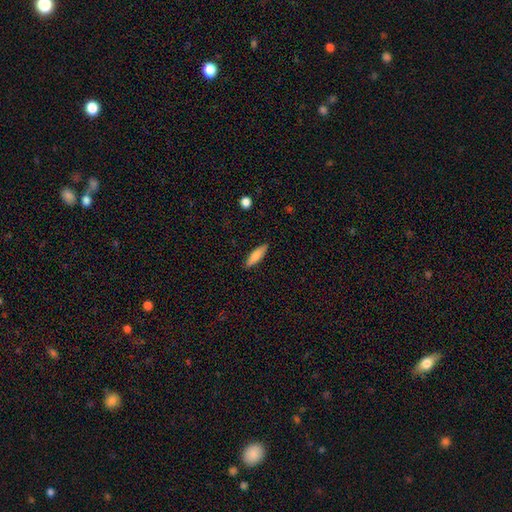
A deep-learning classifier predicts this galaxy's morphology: smooth_or_featured: smooth (p=0.81) [alt: featured or disk p=0.13]
how_rounded: cigar-shaped (p=0.63) [alt: in between p=0.36]
merging: none (p=0.88) [alt: minor disturbance p=0.09]